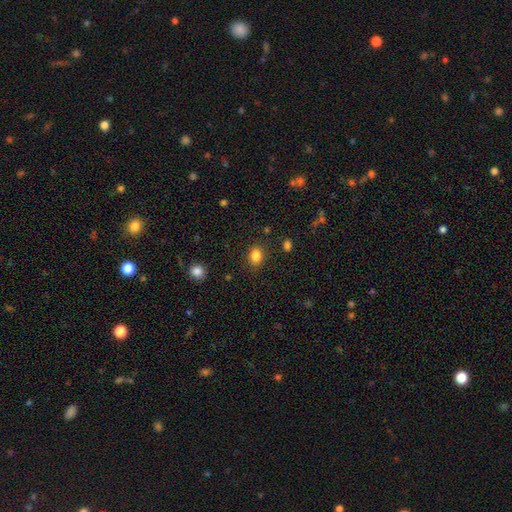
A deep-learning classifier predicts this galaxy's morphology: Smooth or featured: smooth — 84% (star or artifact — 11%)
How rounded: in between — 51% (round — 48%)
Merging: none — 87% (minor disturbance — 9%)